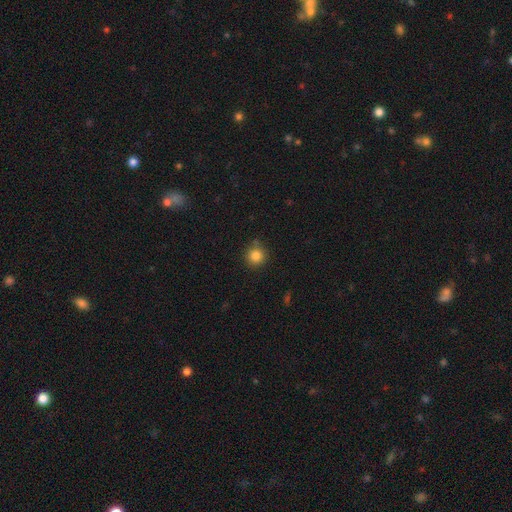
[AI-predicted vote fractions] smooth_or_featured: smooth (p=0.84) [alt: star or artifact p=0.11]
how_rounded: round (p=0.93) [alt: in between p=0.06]
merging: none (p=0.83) [alt: minor disturbance p=0.11]